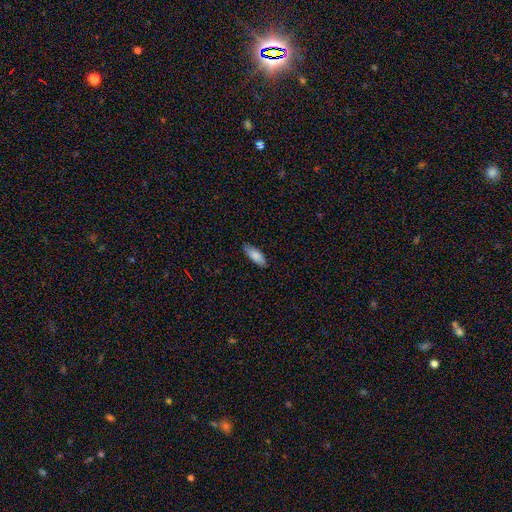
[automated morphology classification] Smooth or featured?
  - smooth: 83% *
  - featured or disk: 10%
  - star or artifact: 6%
How rounded?
  - in between: 71% *
  - cigar-shaped: 27%
  - round: 2%
Merging?
  - none: 84% *
  - minor disturbance: 13%
  - major disturbance: 2%
  - merger: 1%